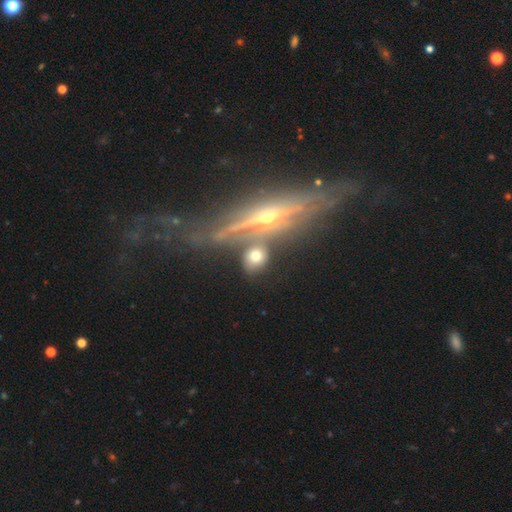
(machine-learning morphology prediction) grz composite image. It shows a smooth galaxy with no disk features (50%) that is round (69%). Merging: none (70%).